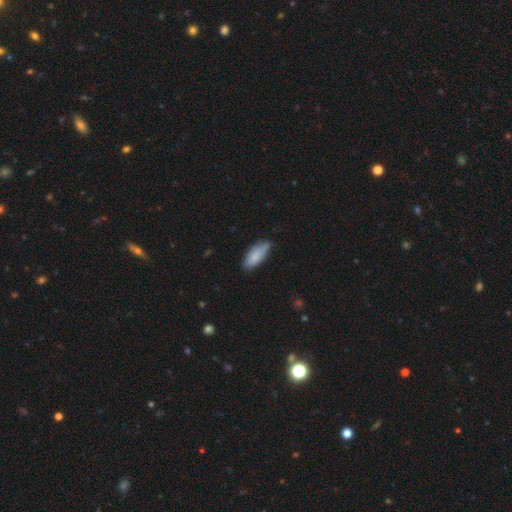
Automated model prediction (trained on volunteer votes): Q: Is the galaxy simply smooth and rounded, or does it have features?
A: smooth — 84%.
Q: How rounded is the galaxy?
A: in between — 76%.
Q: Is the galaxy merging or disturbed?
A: none — 65%.